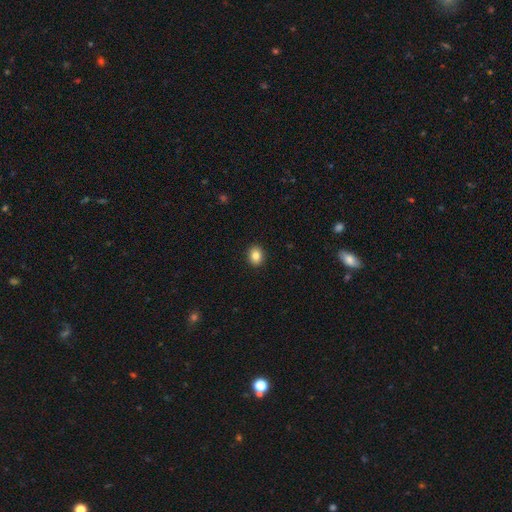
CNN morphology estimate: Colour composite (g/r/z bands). It shows a smooth galaxy with no disk features (85%) that is round (53%). Merging: none (91%).